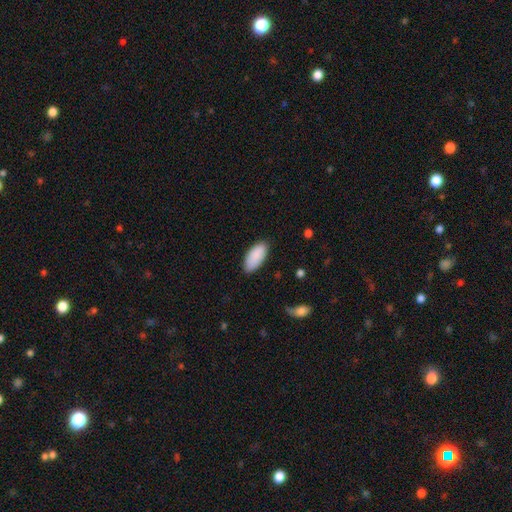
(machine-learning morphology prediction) This is clearly a smooth galaxy (90%). How rounded: clearly in between (92%). Merging: clearly none (84%).